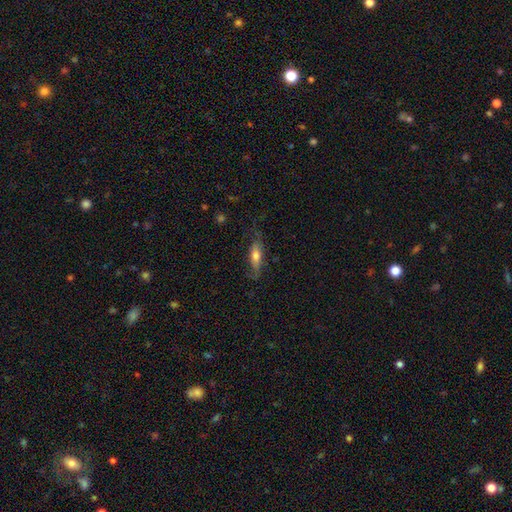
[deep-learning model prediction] Smooth or featured?
  - smooth: 57% *
  - featured or disk: 37%
  - star or artifact: 7%
How rounded?
  - in between: 51% *
  - cigar-shaped: 46%
  - round: 3%
Merging?
  - none: 62% *
  - minor disturbance: 24%
  - major disturbance: 12%
  - merger: 2%